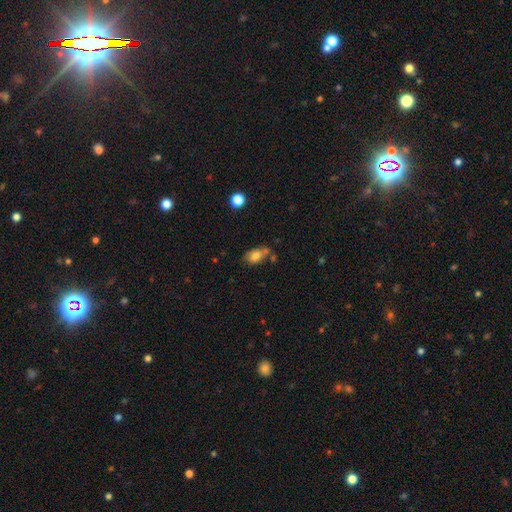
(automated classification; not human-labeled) Overall: smooth (72%). How rounded: in between (88%). Merging: none (46%; minor disturbance 26%).